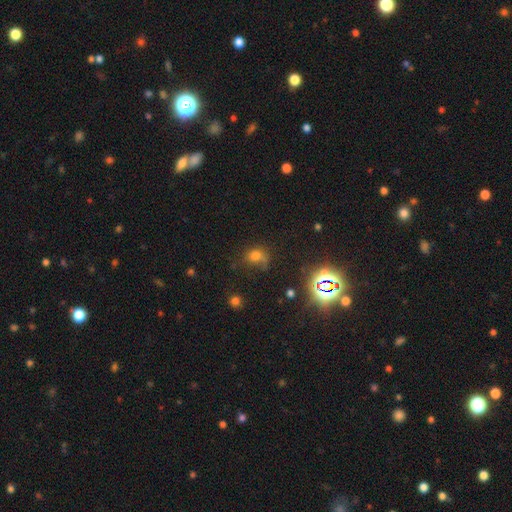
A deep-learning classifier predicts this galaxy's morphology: smooth 61%, star or artifact 27%, featured or disk 11%. Down the decision tree: how rounded — round (61%); merging — none (53%).